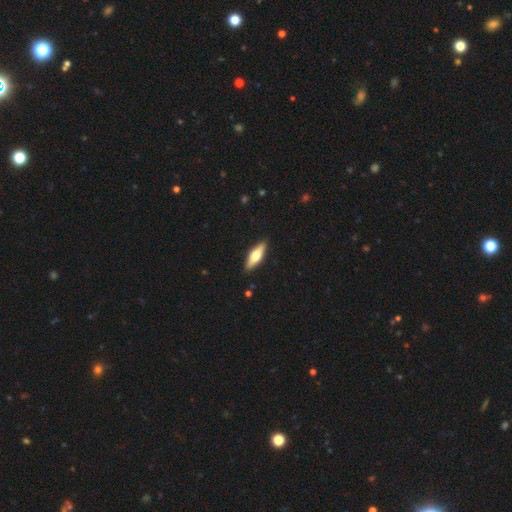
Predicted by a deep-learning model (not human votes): Overall: featured or disk (48%; smooth 46%). Merging: none (90%).